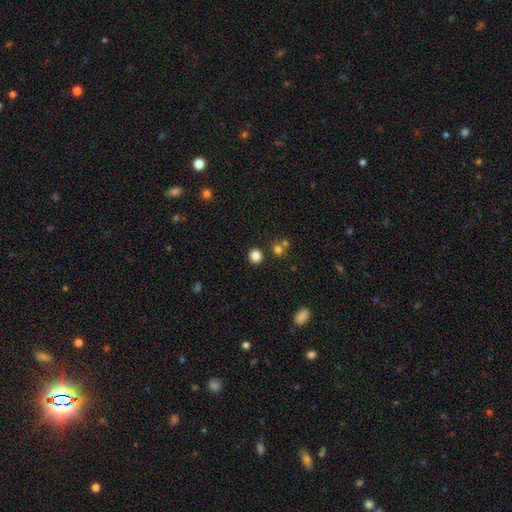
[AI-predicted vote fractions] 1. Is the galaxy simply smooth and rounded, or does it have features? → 83% smooth, 13% star or artifact, 4% featured or disk.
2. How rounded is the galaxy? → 91% round, 8% in between, 1% cigar-shaped.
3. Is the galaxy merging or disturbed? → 86% none, 6% minor disturbance, 6% merger, 2% major disturbance.